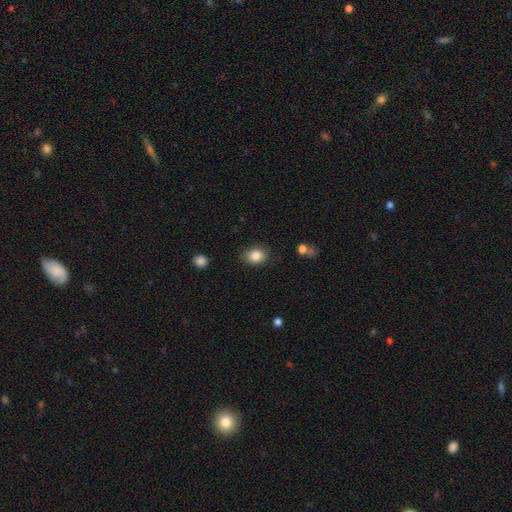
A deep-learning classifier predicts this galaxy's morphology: Q: Smooth or featured?
A: smooth (85%); runner-up: star or artifact (9%)
Q: How rounded?
A: in between (56%); runner-up: round (43%)
Q: Merging?
A: none (81%); runner-up: minor disturbance (14%)